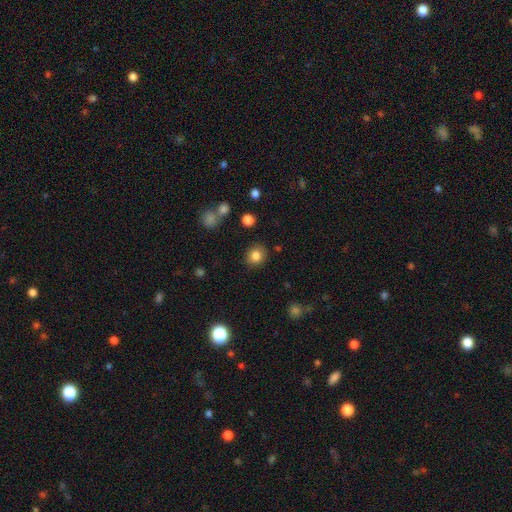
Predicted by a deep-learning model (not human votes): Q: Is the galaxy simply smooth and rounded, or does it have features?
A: smooth — 83%.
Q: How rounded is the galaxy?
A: round — 82%.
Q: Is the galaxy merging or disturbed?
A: none — 87%.